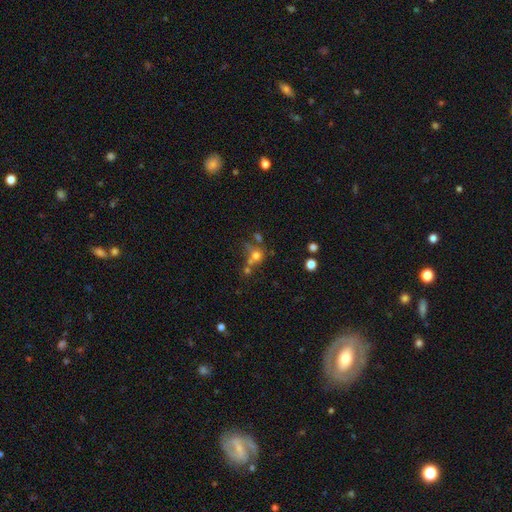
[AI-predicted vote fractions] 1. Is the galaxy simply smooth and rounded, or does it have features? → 65% smooth, 19% star or artifact, 16% featured or disk.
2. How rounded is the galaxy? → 81% round, 17% in between, 1% cigar-shaped.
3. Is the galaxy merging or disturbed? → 42% none, 38% merger, 11% minor disturbance, 9% major disturbance.